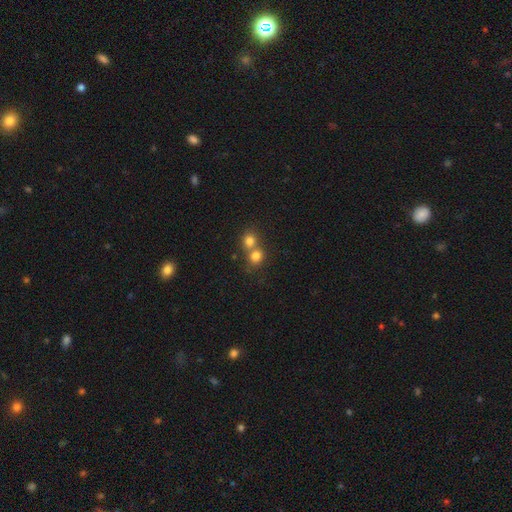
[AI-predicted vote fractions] Smooth or featured: smooth — 78% (star or artifact — 13%)
How rounded: round — 83% (in between — 17%)
Merging: merger — 55% (none — 38%)